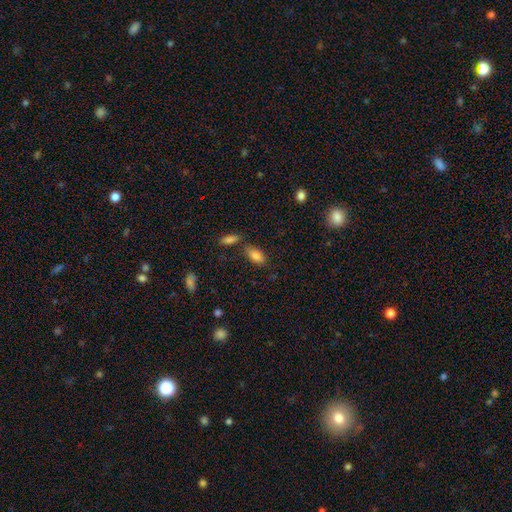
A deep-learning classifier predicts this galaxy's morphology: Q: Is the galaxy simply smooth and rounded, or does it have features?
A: smooth — 84%.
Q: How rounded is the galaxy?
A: in between — 91%.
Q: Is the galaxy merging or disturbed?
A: none — 65%.